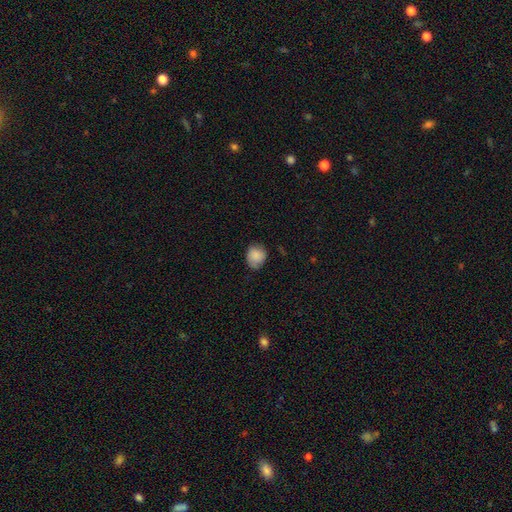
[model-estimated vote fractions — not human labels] Overall: smooth (84%). How rounded: round (64%; in between 35%). Merging: none (66%; minor disturbance 27%).